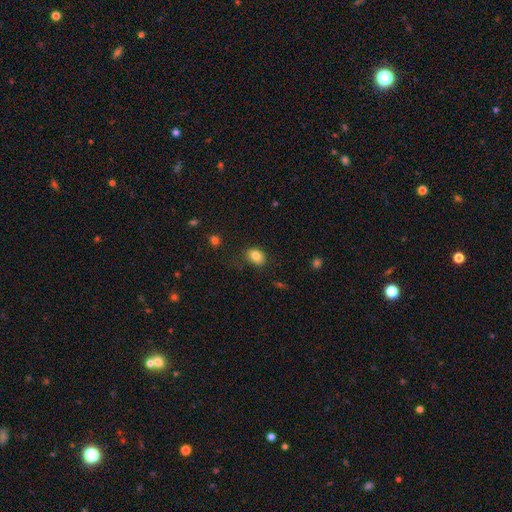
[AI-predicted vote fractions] Overall: smooth (82%). How rounded: in between (62%; round 37%). Merging: none (78%).